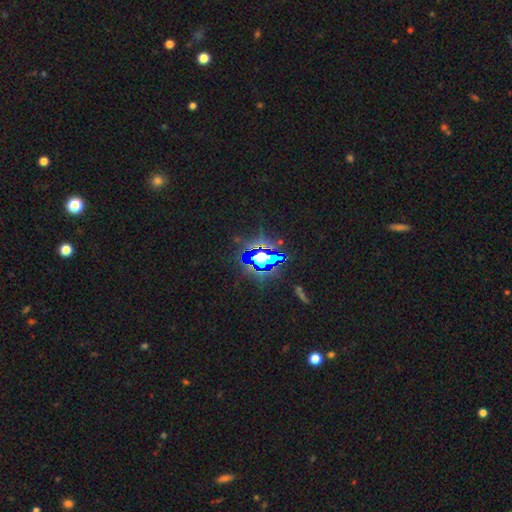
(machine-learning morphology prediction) star or artifact 72%, smooth 16%, featured or disk 12%.